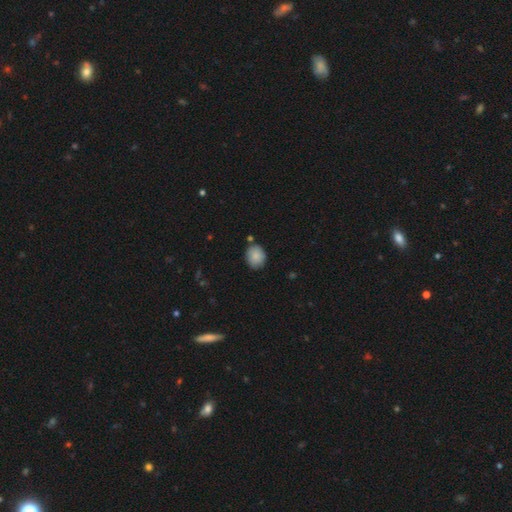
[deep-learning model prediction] Smooth or featured? smooth (87%)
How rounded? round (61%)
Merging? none (80%)